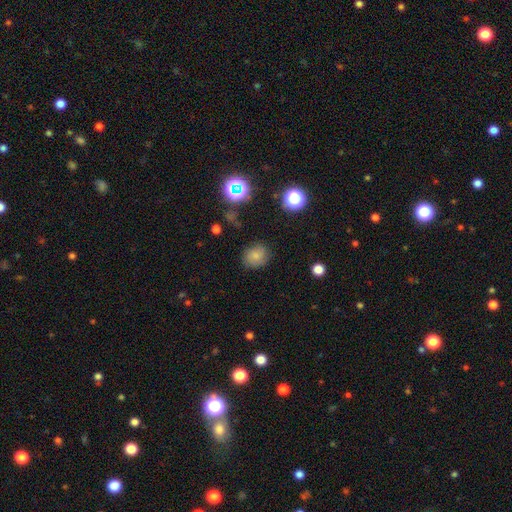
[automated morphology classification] smooth-or-featured: smooth: 74% | star or artifact: 15% | featured or disk: 11%
  how-rounded: round: 69% | in between: 30% | cigar-shaped: 1%
  merging: none: 81% | minor disturbance: 13% | major disturbance: 4% | merger: 2%